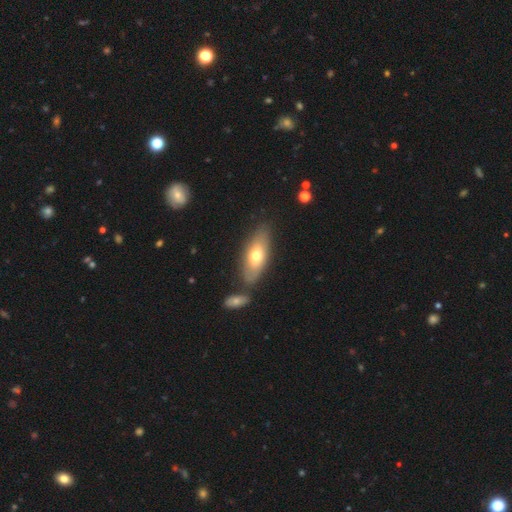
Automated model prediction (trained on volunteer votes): Smooth or featured? smooth (62%)
How rounded? in between (75%)
Merging? none (72%)